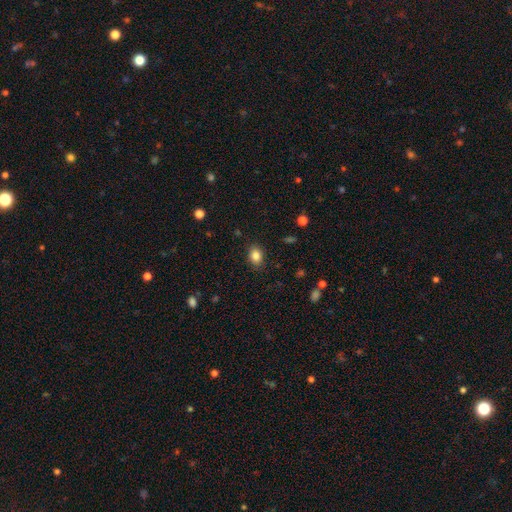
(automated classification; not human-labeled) A smooth galaxy with no disk features (85%) that is in between round and cigar-shaped (69%).

Vote fractions:
- Smooth or featured? smooth: 85% / star or artifact: 10% / featured or disk: 6%
- How rounded? in between: 69% / round: 30% / cigar-shaped: 1%
- Merging? none: 86% / minor disturbance: 10% / major disturbance: 3% / merger: 1%